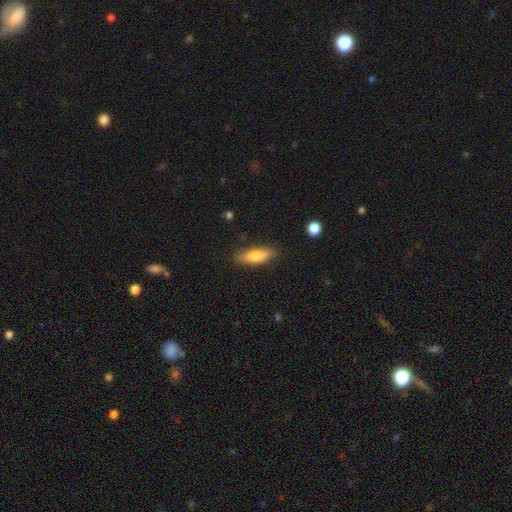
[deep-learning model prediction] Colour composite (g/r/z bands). It shows a smooth galaxy with no disk features (75%) that is in between round and cigar-shaped (49%, tied with cigar-shaped). Merging: none (85%).